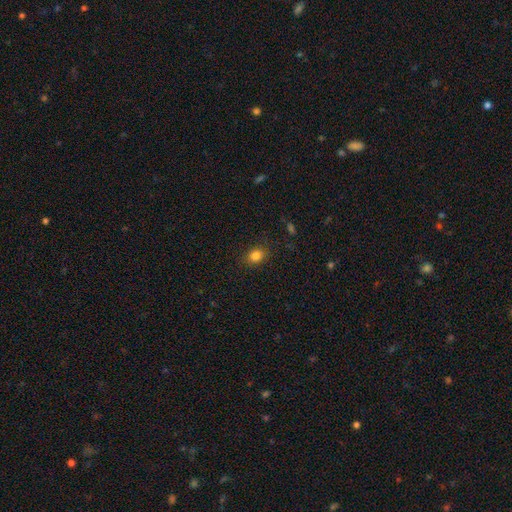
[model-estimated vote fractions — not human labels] Smooth or featured: smooth — 83% (star or artifact — 12%)
How rounded: in between — 50% (round — 48%)
Merging: none — 85% (minor disturbance — 11%)